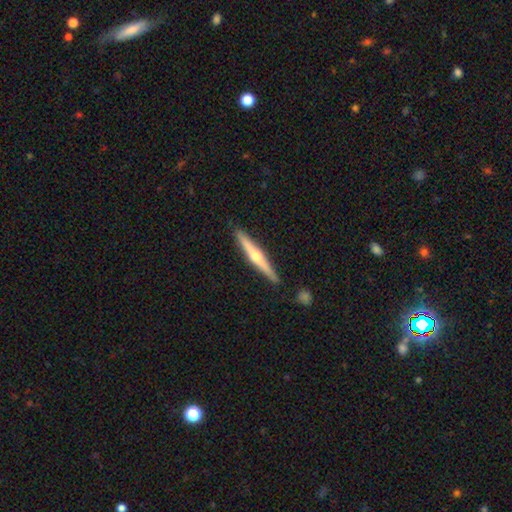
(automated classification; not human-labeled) This is likely a featured or disk galaxy (70%). It is clearly viewed edge-on (98%). Edge-on bulge: clearly rounded (92%). Merging: clearly none (90%).